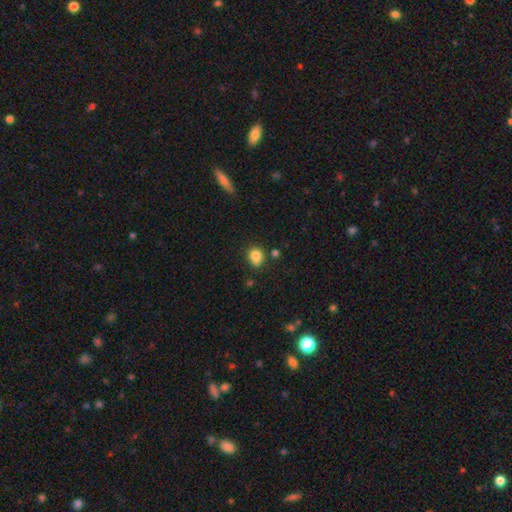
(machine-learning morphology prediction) Overall: smooth (81%). How rounded: round (62%; in between 37%). Merging: none (54%; minor disturbance 23%).